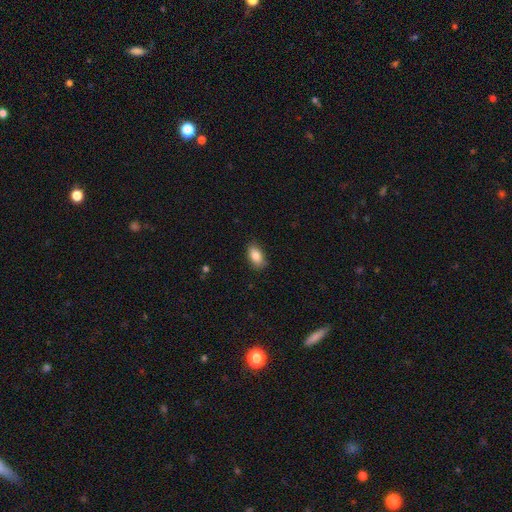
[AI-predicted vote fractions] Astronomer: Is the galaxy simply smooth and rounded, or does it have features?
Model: smooth — 86%.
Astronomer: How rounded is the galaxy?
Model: in between — 90%.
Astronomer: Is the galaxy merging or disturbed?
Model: none — 83%.